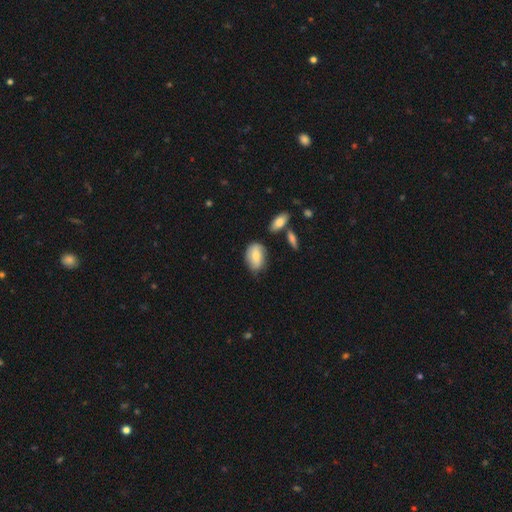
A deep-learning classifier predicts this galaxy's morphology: This appears to be a smooth galaxy with no disk features (70%) that is in between round and cigar-shaped (85%). Merging: none (65%).